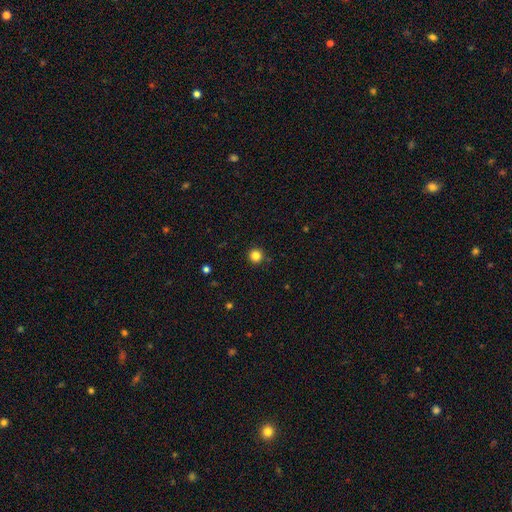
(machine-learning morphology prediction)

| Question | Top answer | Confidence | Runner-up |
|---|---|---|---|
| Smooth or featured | smooth | 84% | star or artifact (12%) |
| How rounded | round | 96% | in between (3%) |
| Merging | none | 92% | minor disturbance (5%) |